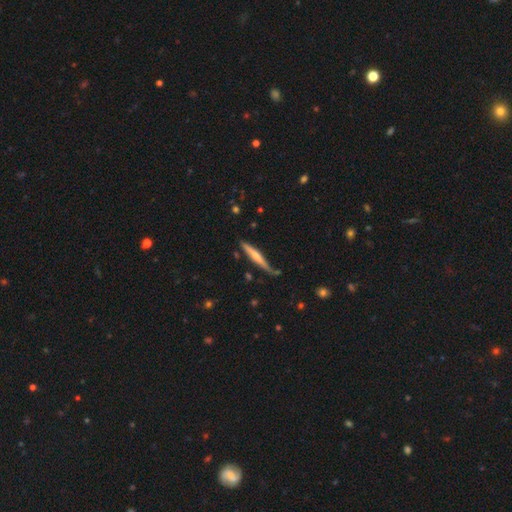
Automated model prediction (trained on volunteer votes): Smooth or featured?
  - featured or disk: 53% *
  - smooth: 42%
  - star or artifact: 5%
Edge-on disk?
  - yes: 95% *
  - no: 5%
Edge-on bulge?
  - rounded: 59% *
  - none: 30%
  - boxy: 10%
Merging?
  - none: 72% *
  - minor disturbance: 19%
  - merger: 5%
  - major disturbance: 4%